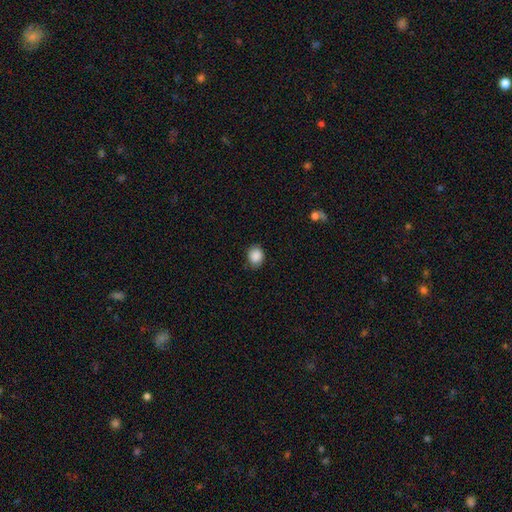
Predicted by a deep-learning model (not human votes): smooth-or-featured: smooth: 89% | star or artifact: 8% | featured or disk: 3%
  how-rounded: round: 64% | in between: 35% | cigar-shaped: 1%
  merging: none: 79% | minor disturbance: 17% | major disturbance: 3% | merger: 1%